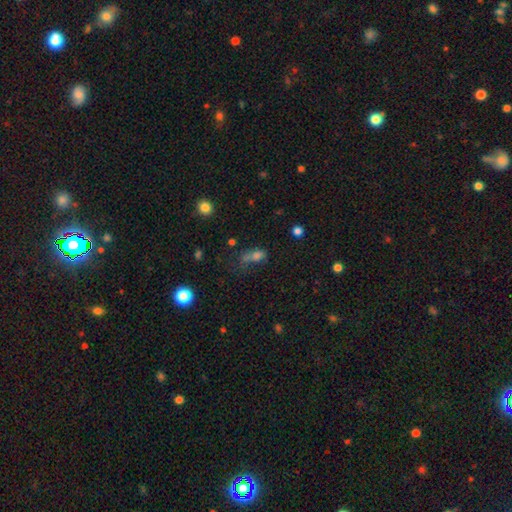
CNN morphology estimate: The model was most divided on "merging": none: 33%, major disturbance: 28%, minor disturbance: 20%, merger: 20%. More confident: how rounded — in between (66%); smooth or featured — smooth (64%).